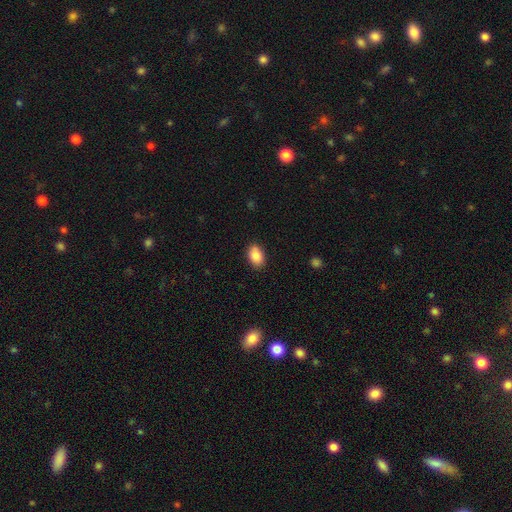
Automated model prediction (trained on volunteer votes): The model was most divided on "how rounded": in between: 86%, round: 13%, cigar-shaped: 1%. More confident: smooth or featured — smooth (88%); merging — none (86%).